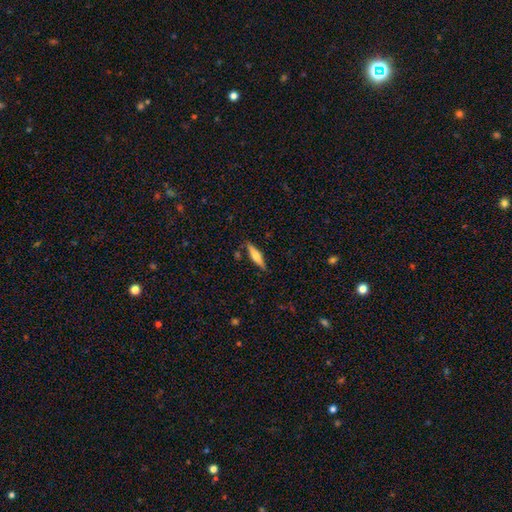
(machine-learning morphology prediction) smooth_or_featured: smooth (p=0.49) [alt: featured or disk p=0.44]
merging: none (p=0.85) [alt: minor disturbance p=0.10]